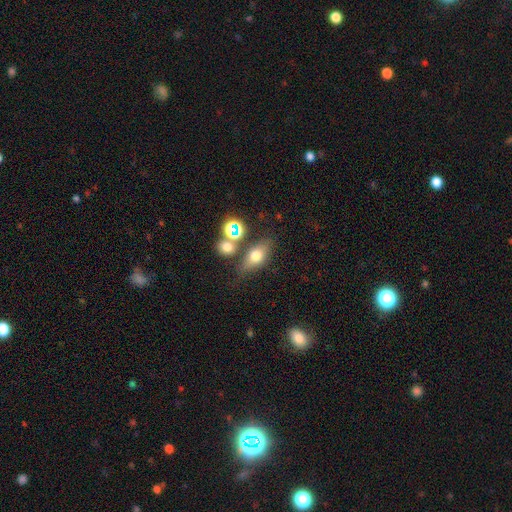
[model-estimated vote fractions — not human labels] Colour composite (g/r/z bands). It shows a smooth galaxy with no disk features (60%) that is in between round and cigar-shaped (68%). Merging: none (67%).